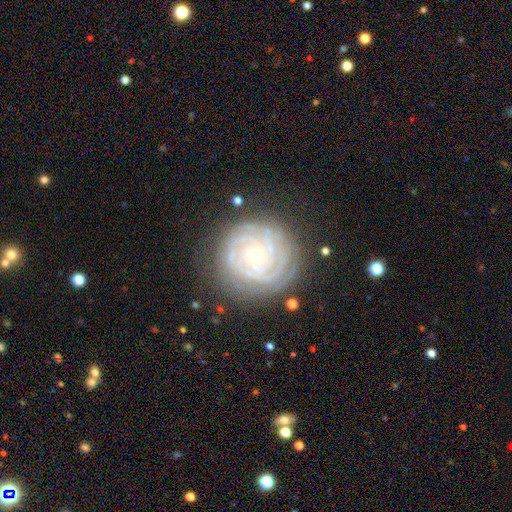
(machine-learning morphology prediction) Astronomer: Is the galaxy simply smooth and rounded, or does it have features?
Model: featured or disk — 84%.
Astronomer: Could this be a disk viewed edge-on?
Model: no — 97%.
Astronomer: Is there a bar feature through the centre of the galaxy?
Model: no — 80%.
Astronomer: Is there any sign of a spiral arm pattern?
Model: yes — 95%.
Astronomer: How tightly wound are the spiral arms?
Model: tight — 84%.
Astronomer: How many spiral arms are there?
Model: can't tell — 30% (runner-up: 4, 20%).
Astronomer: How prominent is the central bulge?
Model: small — 72%.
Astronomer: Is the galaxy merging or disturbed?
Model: none — 78%.